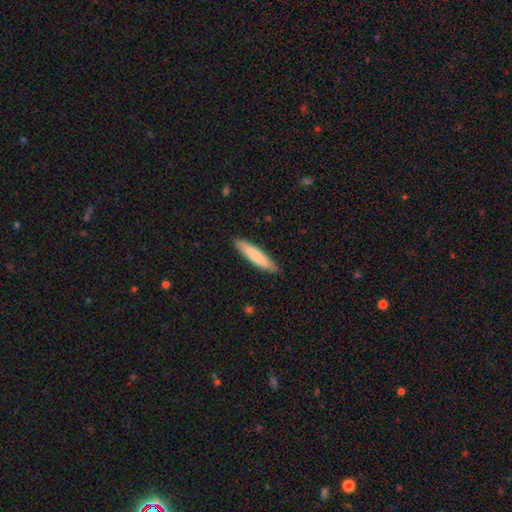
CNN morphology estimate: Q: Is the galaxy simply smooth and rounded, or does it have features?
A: smooth — 79%.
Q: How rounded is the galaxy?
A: cigar-shaped — 85%.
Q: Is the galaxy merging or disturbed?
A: none — 89%.